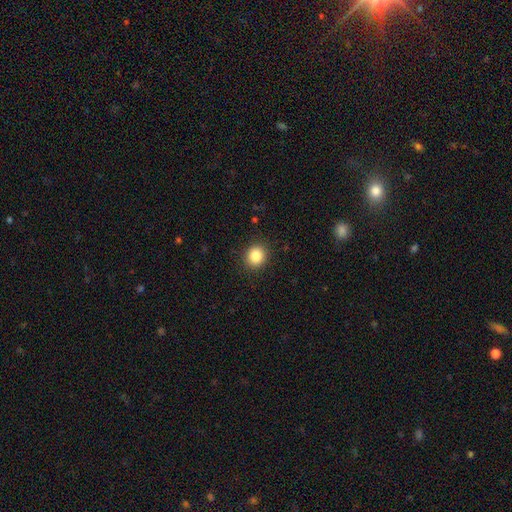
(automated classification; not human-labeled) smooth-or-featured: smooth: 85% | star or artifact: 10% | featured or disk: 5%
  how-rounded: round: 81% | in between: 18% | cigar-shaped: 1%
  merging: none: 90% | minor disturbance: 7% | major disturbance: 2% | merger: 1%